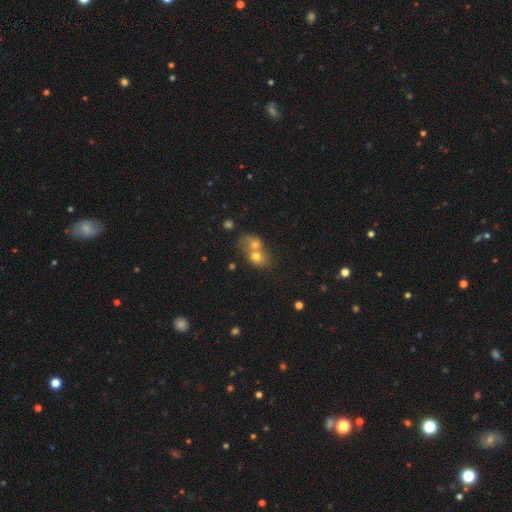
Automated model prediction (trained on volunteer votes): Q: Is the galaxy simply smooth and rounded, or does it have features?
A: smooth — 66%.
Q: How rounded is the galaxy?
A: round — 54%.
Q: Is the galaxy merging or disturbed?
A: merger — 74%.